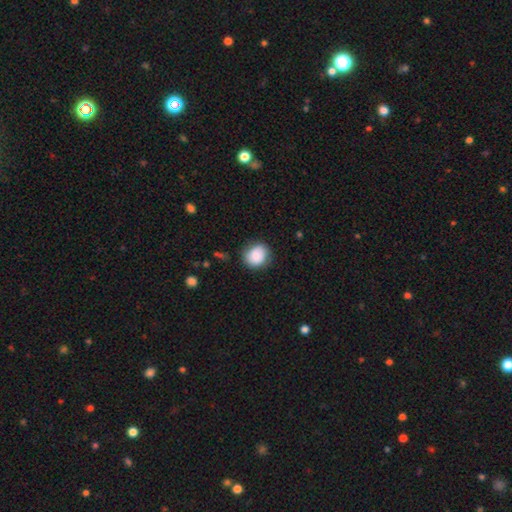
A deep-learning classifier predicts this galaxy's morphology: smooth_or_featured: smooth (p=0.80) [alt: featured or disk p=0.12]
how_rounded: round (p=0.78) [alt: in between p=0.21]
merging: none (p=0.77) [alt: minor disturbance p=0.17]